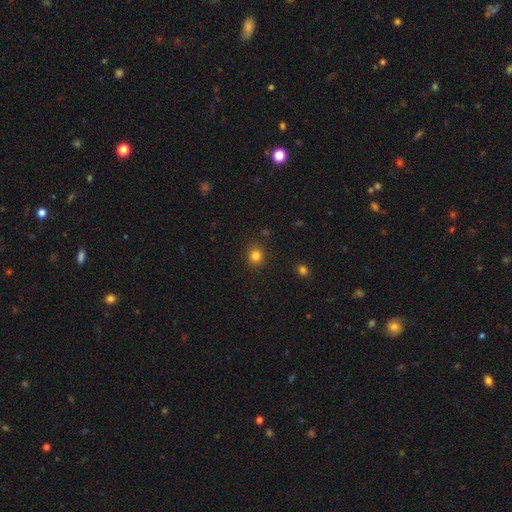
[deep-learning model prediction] A smooth galaxy with no disk features (82%) that is round (89%).

Vote fractions:
- Smooth or featured? smooth: 82% / star or artifact: 13% / featured or disk: 5%
- How rounded? round: 89% / in between: 10% / cigar-shaped: 1%
- Merging? none: 90% / minor disturbance: 6% / major disturbance: 2% / merger: 1%